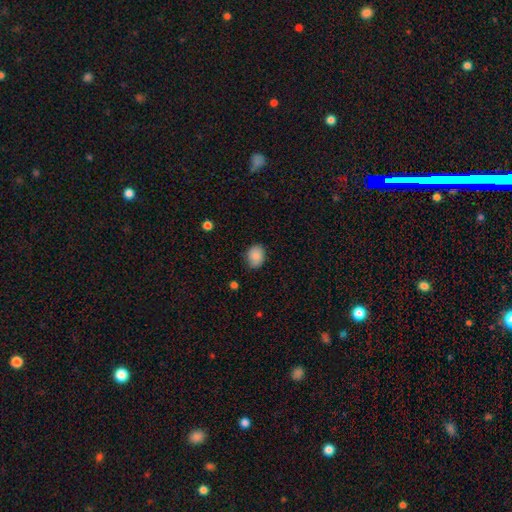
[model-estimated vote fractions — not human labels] A smooth galaxy with no disk features (87%) that is in between round and cigar-shaped (53%). Merging: none (78%).